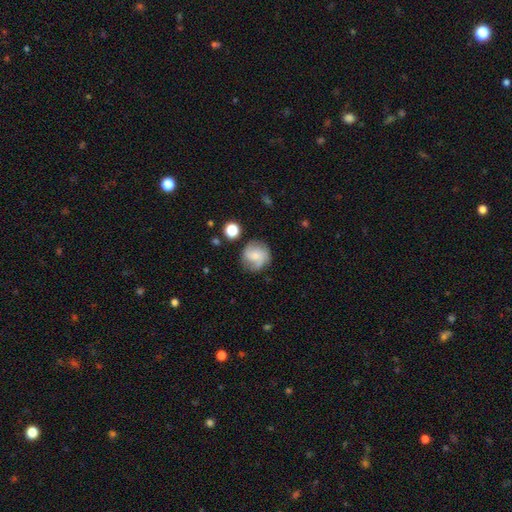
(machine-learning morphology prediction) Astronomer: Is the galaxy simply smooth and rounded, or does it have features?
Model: featured or disk — 55% (runner-up: smooth, 36%).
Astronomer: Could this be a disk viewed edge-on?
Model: no — 98%.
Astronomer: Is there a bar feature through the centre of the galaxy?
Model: no — 64%.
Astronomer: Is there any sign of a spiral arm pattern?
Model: yes — 90%.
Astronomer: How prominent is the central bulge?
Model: small — 56%.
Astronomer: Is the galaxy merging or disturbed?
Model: none — 71%.